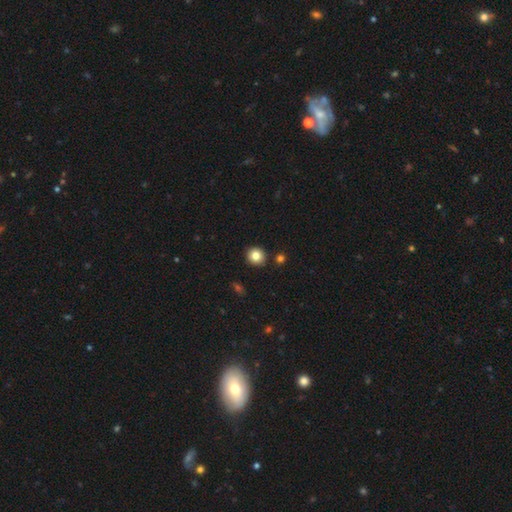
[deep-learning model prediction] A smooth galaxy with no disk features (82%) that is round (89%). Merging: none (89%).